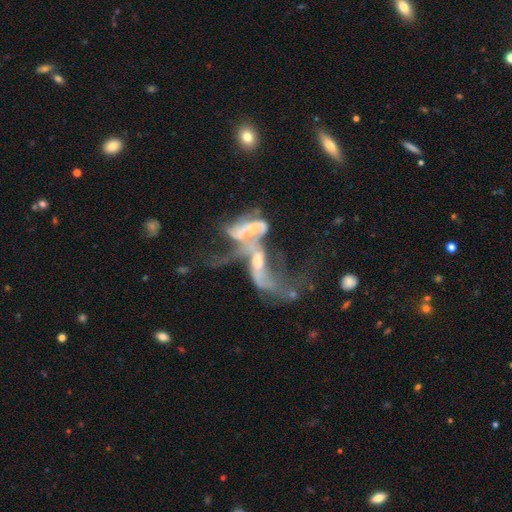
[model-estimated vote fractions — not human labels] Overall: featured or disk (72%). Edge-on disk: no (89%). Bar: no (61%; weak 25%). Spiral arms: yes (57%; no 43%). Bulge size: small (40%; none 28%). Merging: merger (60%; major disturbance 22%).